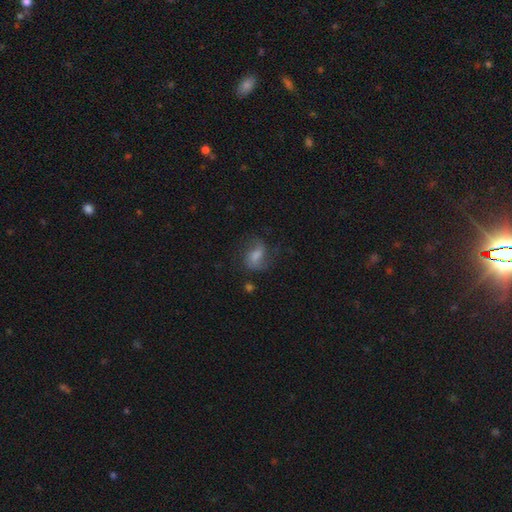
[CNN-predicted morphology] Smooth or featured?
  - featured or disk: 51% *
  - smooth: 39%
  - star or artifact: 10%
Edge-on disk?
  - no: 96% *
  - yes: 4%
Merging?
  - none: 54% *
  - minor disturbance: 23%
  - major disturbance: 20%
  - merger: 3%